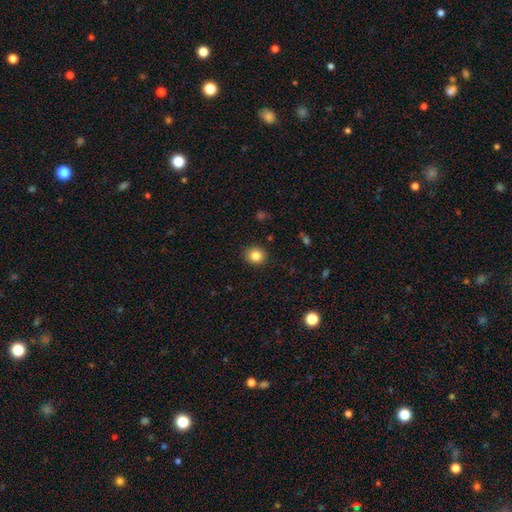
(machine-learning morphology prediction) The model was most divided on "how rounded": round: 81%, in between: 18%, cigar-shaped: 1%. More confident: merging — none (90%); smooth or featured — smooth (84%).